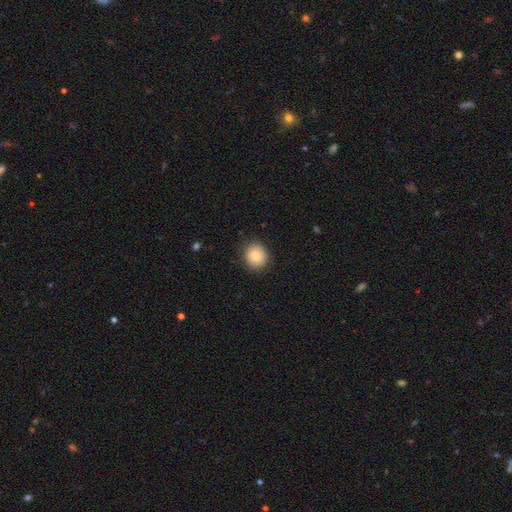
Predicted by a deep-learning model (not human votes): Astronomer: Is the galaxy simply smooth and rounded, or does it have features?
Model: smooth — 84%.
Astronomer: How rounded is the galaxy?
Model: round — 85%.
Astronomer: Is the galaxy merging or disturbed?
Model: none — 87%.